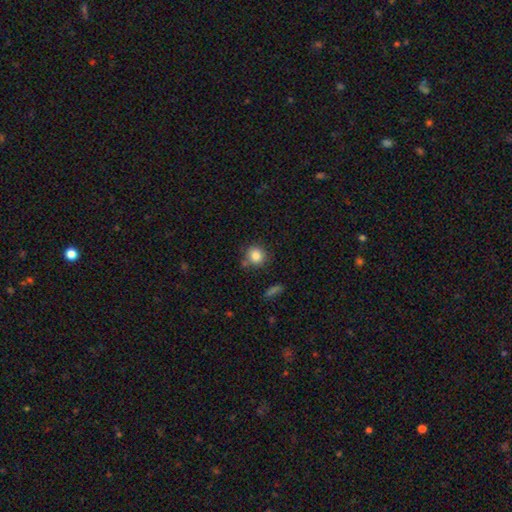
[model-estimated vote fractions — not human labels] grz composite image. It shows a smooth galaxy with no disk features (84%) that is round (83%). Merging: none (75%).